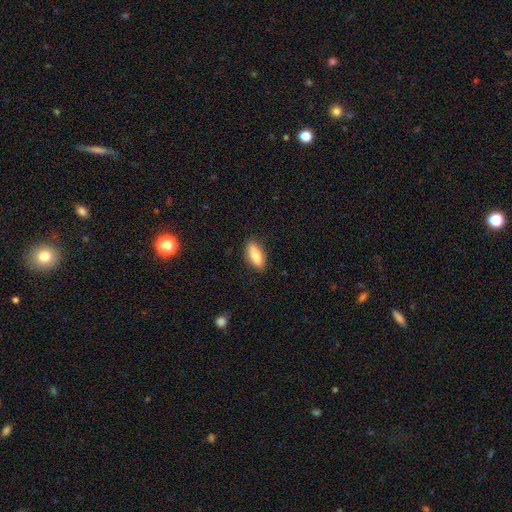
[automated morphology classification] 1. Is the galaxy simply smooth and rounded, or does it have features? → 84% smooth, 9% featured or disk, 6% star or artifact.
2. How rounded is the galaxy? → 83% in between, 15% cigar-shaped, 2% round.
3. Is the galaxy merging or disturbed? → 86% none, 11% minor disturbance, 2% major disturbance, 1% merger.